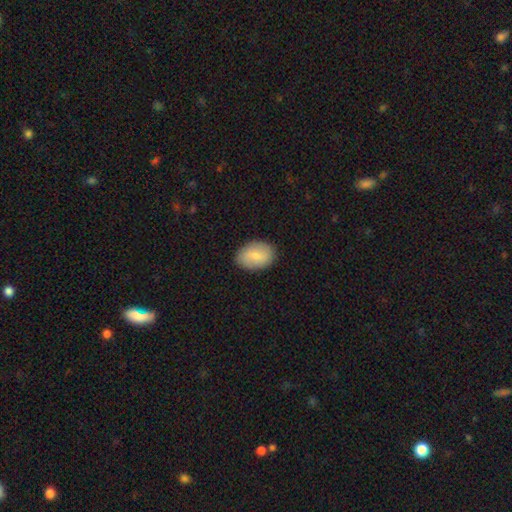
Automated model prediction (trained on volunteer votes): Smooth or featured: smooth — 70% (featured or disk — 24%)
How rounded: in between — 84% (round — 15%)
Merging: none — 87% (minor disturbance — 10%)